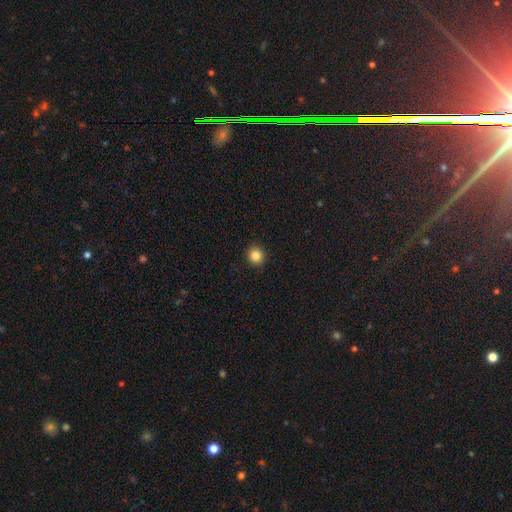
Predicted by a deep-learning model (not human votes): Morphology: type=smooth (85%); roundness=round (90%); merging=none (93%).